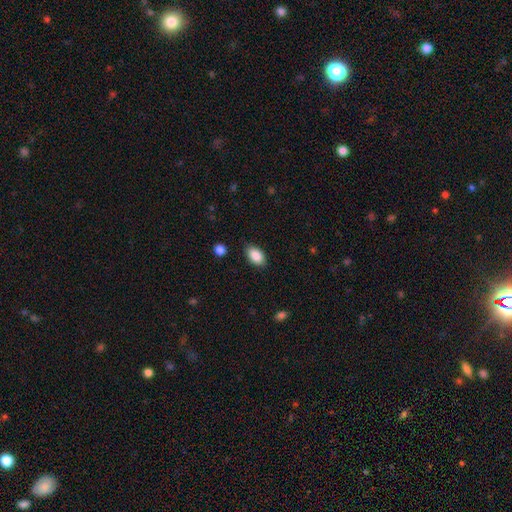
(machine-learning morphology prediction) Smooth or featured: smooth — 89% (star or artifact — 7%)
How rounded: in between — 92% (round — 6%)
Merging: none — 84% (minor disturbance — 12%)